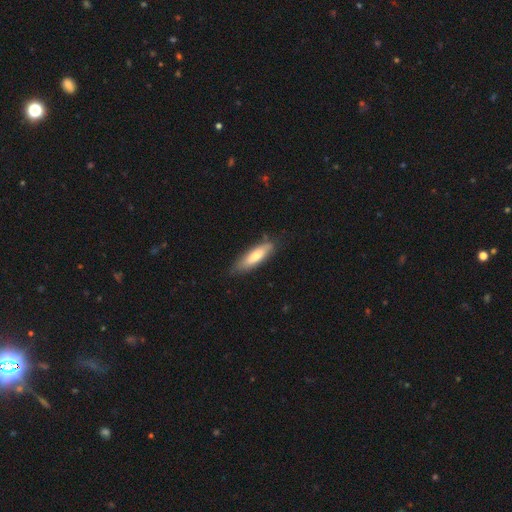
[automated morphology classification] A smooth galaxy with no disk features (70%) that is cigar-shaped (60%). Merging: none (78%).